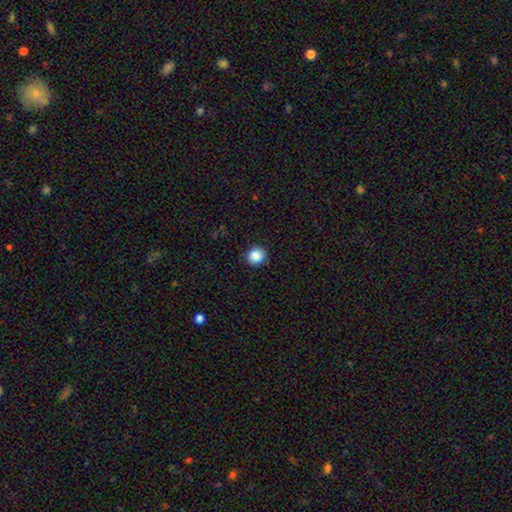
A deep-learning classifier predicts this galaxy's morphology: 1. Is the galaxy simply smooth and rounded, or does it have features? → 87% smooth, 9% star or artifact, 4% featured or disk.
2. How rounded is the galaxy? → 85% round, 14% in between, 1% cigar-shaped.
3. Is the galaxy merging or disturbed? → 90% none, 7% minor disturbance, 2% major disturbance, 1% merger.